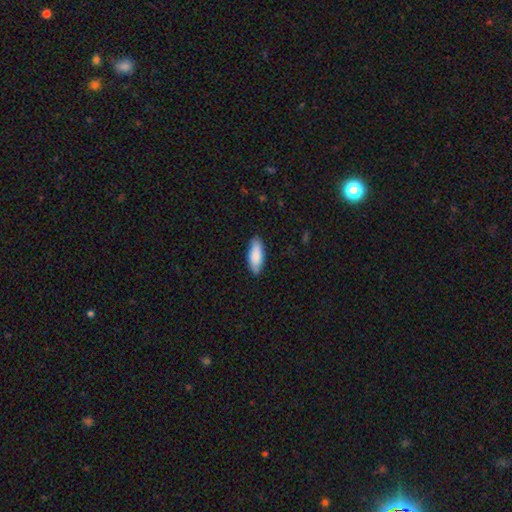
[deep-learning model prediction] smooth-or-featured: smooth: 85% | featured or disk: 10% | star or artifact: 5%
  how-rounded: in between: 74% | cigar-shaped: 24% | round: 2%
  merging: none: 86% | minor disturbance: 11% | major disturbance: 2% | merger: 1%